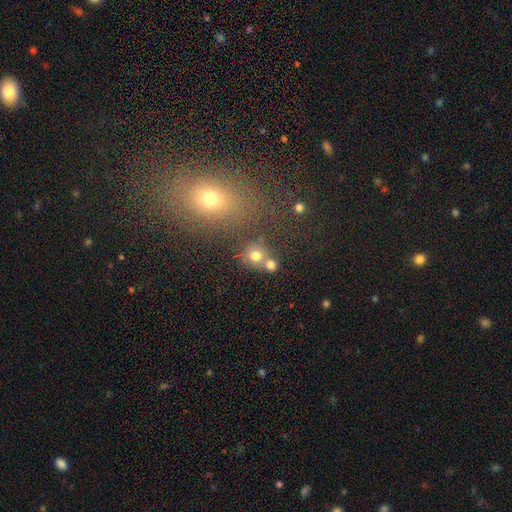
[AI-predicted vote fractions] smooth_or_featured: smooth (p=0.74) [alt: star or artifact p=0.17]
how_rounded: round (p=0.85) [alt: in between p=0.14]
merging: none (p=0.57) [alt: merger p=0.31]